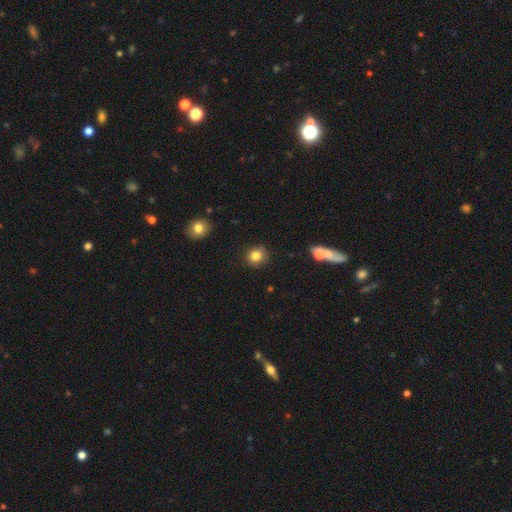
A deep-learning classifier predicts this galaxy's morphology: Overall: smooth (83%). How rounded: round (87%). Merging: none (84%).